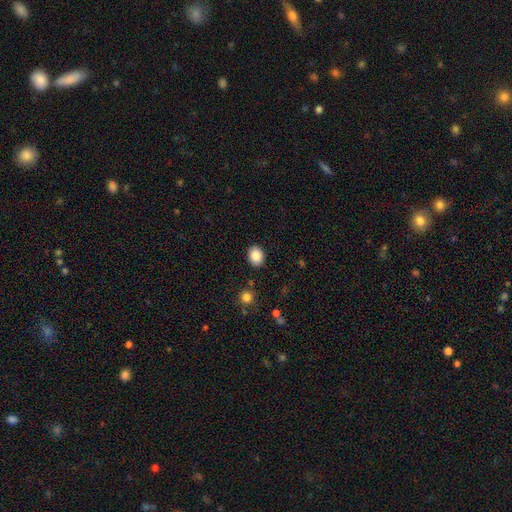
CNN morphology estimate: Smooth or featured? Predicted: smooth (p=0.87). How rounded? Predicted: in between (p=0.57). Merging? Predicted: none (p=0.88).